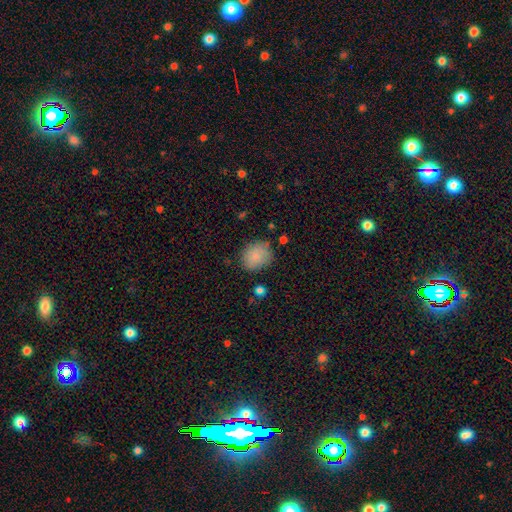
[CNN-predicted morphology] type=smooth (85%); roundness=round (63%); merging=none (77%).